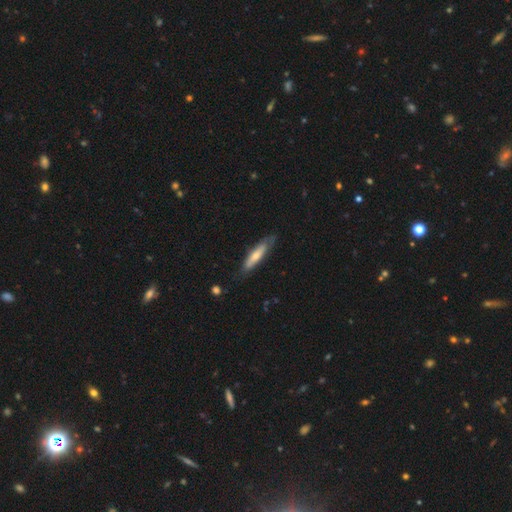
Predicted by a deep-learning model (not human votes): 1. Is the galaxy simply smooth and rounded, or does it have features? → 55% smooth, 39% featured or disk, 5% star or artifact.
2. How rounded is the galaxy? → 75% cigar-shaped, 24% in between, 1% round.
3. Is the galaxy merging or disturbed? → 69% none, 23% minor disturbance, 6% major disturbance, 2% merger.